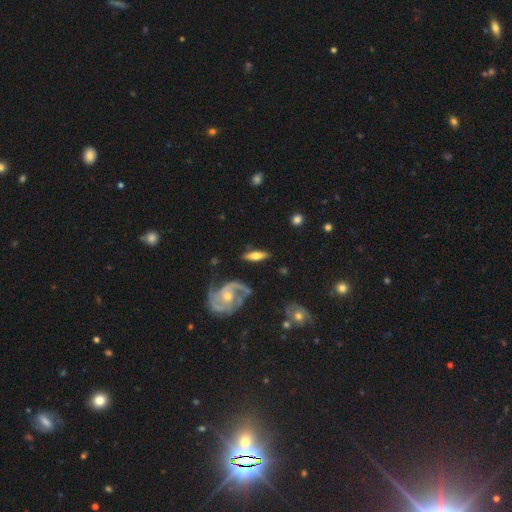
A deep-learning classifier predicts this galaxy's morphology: This is possibly a featured or disk galaxy (58%). It is likely viewed edge-on (64%). Merging: likely none (78%).